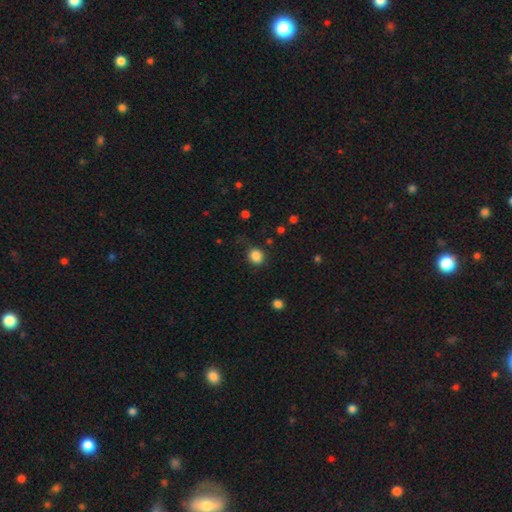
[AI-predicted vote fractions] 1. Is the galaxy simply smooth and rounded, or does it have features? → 85% smooth, 11% star or artifact, 4% featured or disk.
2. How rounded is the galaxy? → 77% round, 22% in between, 1% cigar-shaped.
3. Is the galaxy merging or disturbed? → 73% none, 18% minor disturbance, 7% major disturbance, 2% merger.